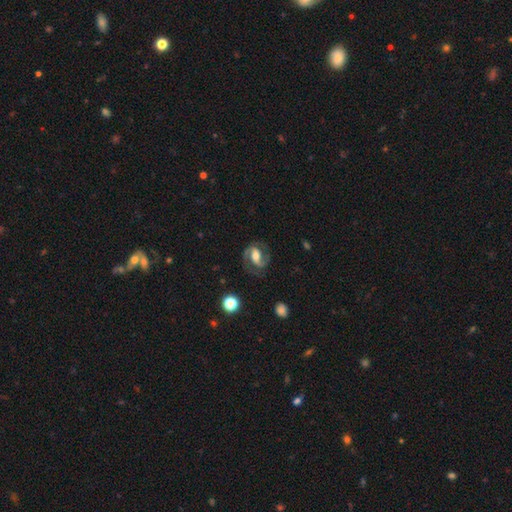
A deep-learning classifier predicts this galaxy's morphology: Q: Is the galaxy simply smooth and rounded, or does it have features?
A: featured or disk — 85%.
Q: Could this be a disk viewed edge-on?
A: no — 97%.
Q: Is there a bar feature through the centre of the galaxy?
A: weak — 39%, tied with strong.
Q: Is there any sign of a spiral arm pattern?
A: yes — 96%.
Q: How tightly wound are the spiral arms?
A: medium — 57%.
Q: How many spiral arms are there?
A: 2 — 92%.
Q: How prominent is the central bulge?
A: moderate — 62%.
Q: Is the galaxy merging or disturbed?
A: none — 78%.